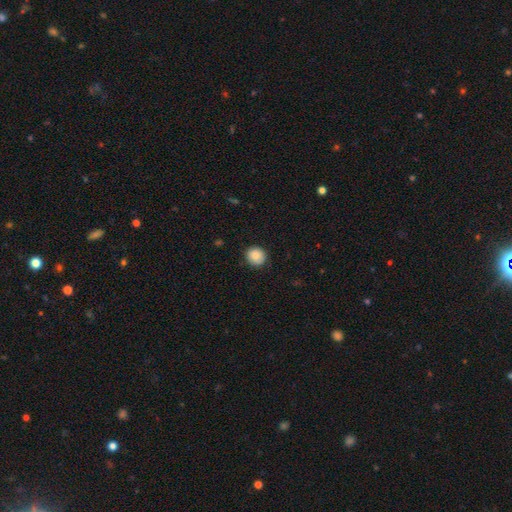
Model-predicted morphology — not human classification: Smooth or featured? Predicted: smooth (p=0.87). How rounded? Predicted: round (p=0.86). Merging? Predicted: none (p=0.87).